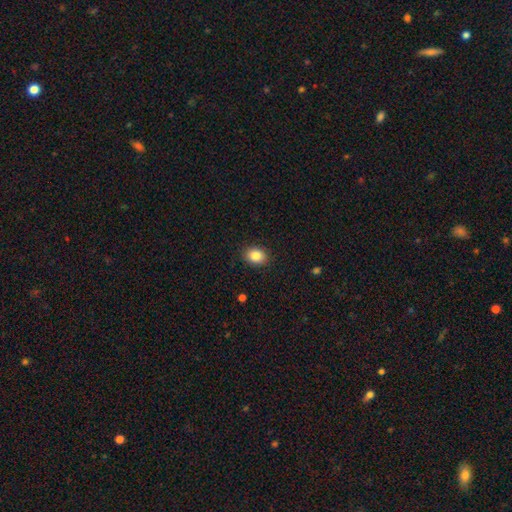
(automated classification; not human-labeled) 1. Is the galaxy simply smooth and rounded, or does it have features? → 85% smooth, 9% star or artifact, 6% featured or disk.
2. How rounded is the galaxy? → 57% in between, 42% round, 1% cigar-shaped.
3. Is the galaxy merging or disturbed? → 89% none, 8% minor disturbance, 2% major disturbance, 1% merger.